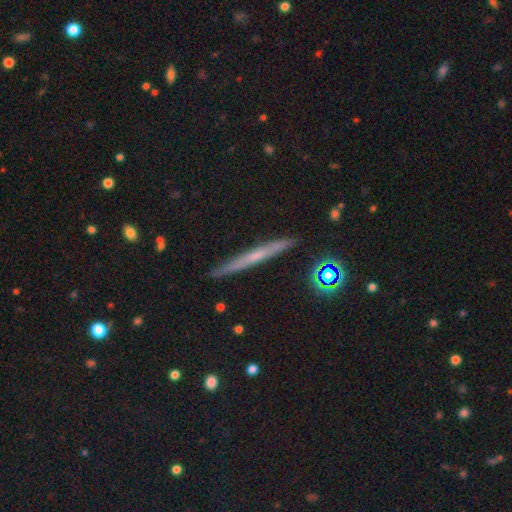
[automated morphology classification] Smooth or featured: featured or disk — 52% (smooth — 38%)
Edge-on disk: yes — 96% (no — 4%)
Edge-on bulge: none — 71% (rounded — 25%)
Merging: none — 90% (minor disturbance — 7%)